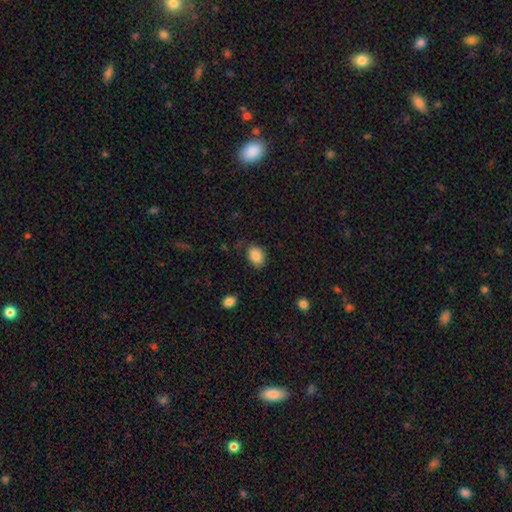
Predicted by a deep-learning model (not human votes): This appears to be a smooth galaxy with no disk features (87%) that is in between round and cigar-shaped (64%). Merging: none (77%).